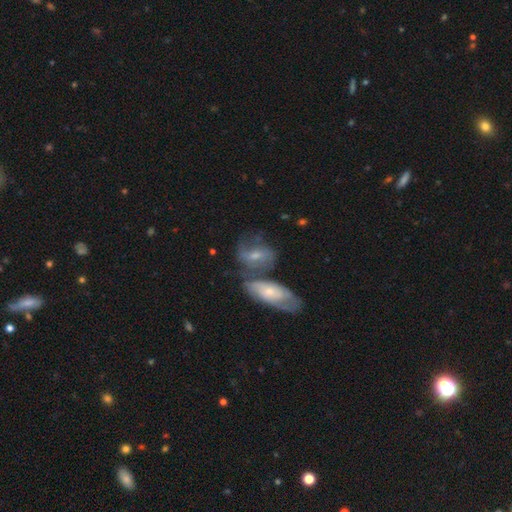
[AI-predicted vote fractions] featured or disk 59%, smooth 33%, star or artifact 8%. Down the decision tree: edge-on disk — no (90%); bar — weak (43%); spiral arms — yes (78%); bulge size — small (51%); merging — merger (37%).